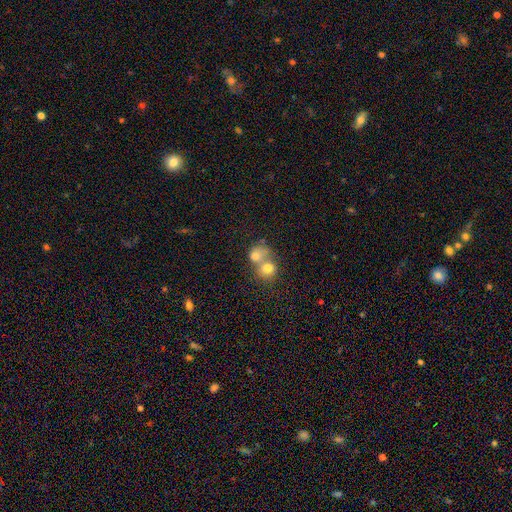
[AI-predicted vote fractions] Smooth or featured?
  - smooth: 73% *
  - featured or disk: 16%
  - star or artifact: 11%
How rounded?
  - round: 69% *
  - in between: 30%
  - cigar-shaped: 1%
Merging?
  - merger: 69% *
  - none: 22%
  - minor disturbance: 5%
  - major disturbance: 4%